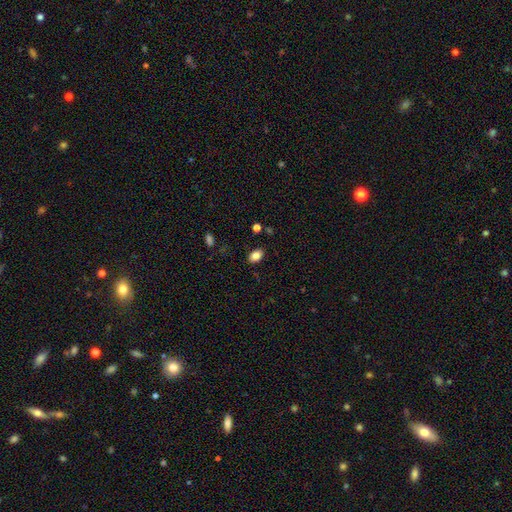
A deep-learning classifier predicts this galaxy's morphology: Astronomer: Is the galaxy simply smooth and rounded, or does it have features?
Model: smooth — 84%.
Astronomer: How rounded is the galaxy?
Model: in between — 86%.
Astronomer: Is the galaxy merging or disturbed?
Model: none — 85%.